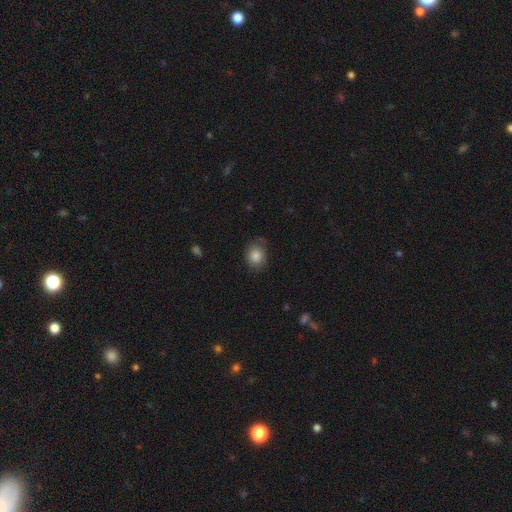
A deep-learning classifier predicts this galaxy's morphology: smooth_or_featured: smooth (p=0.81) [alt: featured or disk p=0.11]
how_rounded: round (p=0.55) [alt: in between p=0.44]
merging: none (p=0.69) [alt: minor disturbance p=0.23]